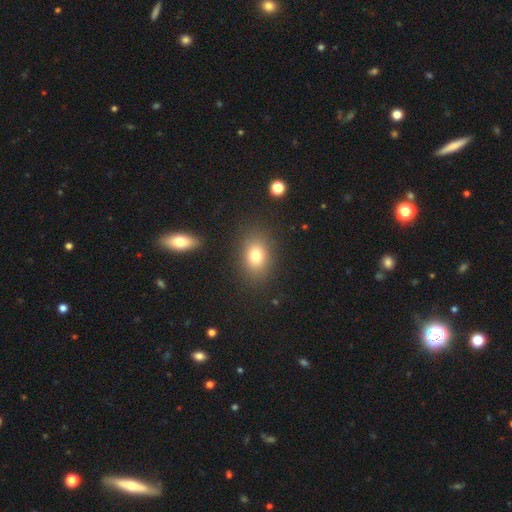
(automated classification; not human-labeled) Morphology: type=smooth (78%); roundness=in between (70%); merging=none (85%).